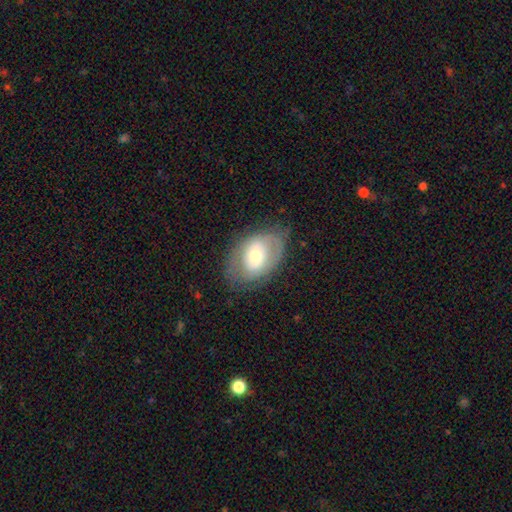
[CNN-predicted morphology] featured or disk 50%, smooth 43%, star or artifact 7%. Down the decision tree: merging — none (68%).